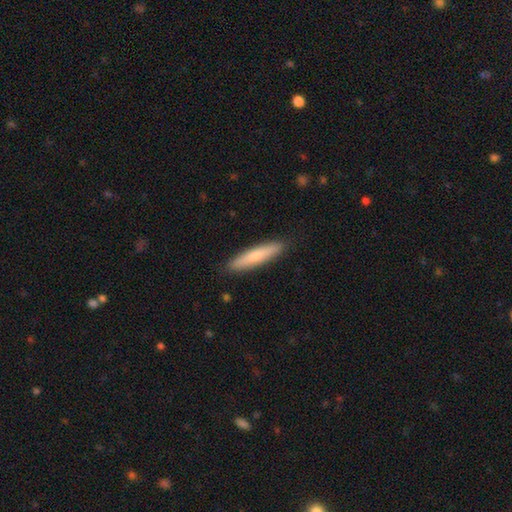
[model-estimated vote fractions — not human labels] The model was most divided on "smooth or featured": smooth: 69%, featured or disk: 26%, star or artifact: 5%. More confident: merging — none (90%); how rounded — cigar-shaped (89%).